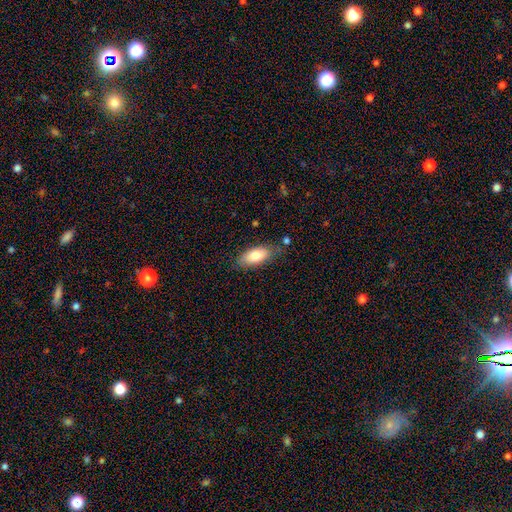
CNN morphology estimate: Smooth or featured?
  - smooth: 80% *
  - featured or disk: 13%
  - star or artifact: 6%
How rounded?
  - in between: 86% *
  - cigar-shaped: 11%
  - round: 2%
Merging?
  - none: 74% *
  - minor disturbance: 18%
  - major disturbance: 4%
  - merger: 3%